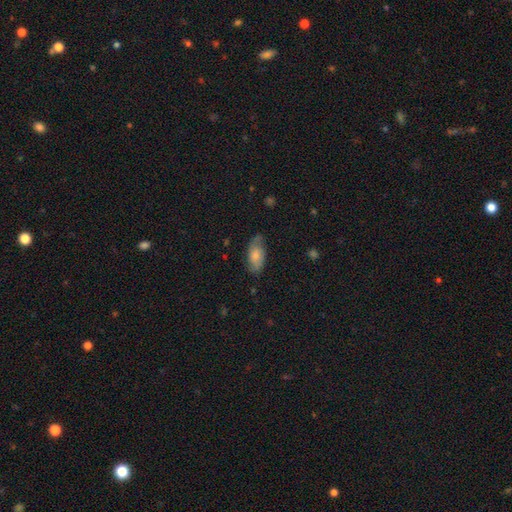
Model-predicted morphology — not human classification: Smooth or featured: smooth — 58% (featured or disk — 34%)
How rounded: in between — 90% (cigar-shaped — 7%)
Merging: none — 67% (minor disturbance — 24%)